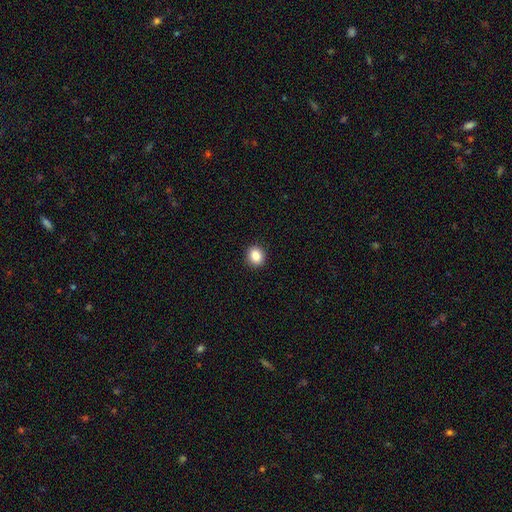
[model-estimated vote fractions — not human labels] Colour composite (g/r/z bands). It shows a smooth galaxy with no disk features (86%) that is round (72%). Merging: none (92%).